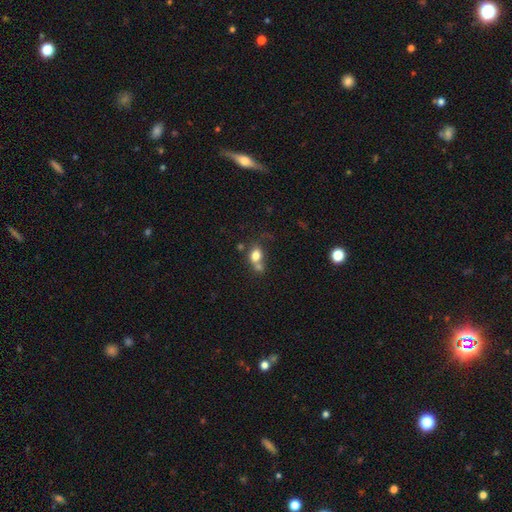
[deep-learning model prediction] Q: Smooth or featured?
A: smooth (76%); runner-up: featured or disk (13%)
Q: How rounded?
A: in between (57%); runner-up: round (41%)
Q: Merging?
A: merger (46%); runner-up: none (35%)